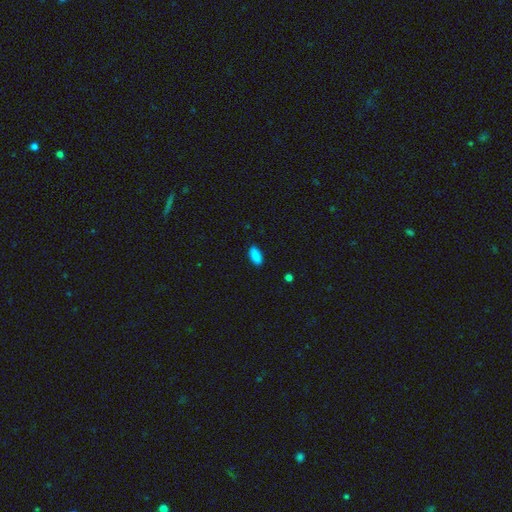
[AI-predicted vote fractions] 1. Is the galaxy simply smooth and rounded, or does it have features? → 89% smooth, 8% star or artifact, 3% featured or disk.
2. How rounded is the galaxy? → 87% in between, 10% cigar-shaped, 2% round.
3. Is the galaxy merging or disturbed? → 87% none, 10% minor disturbance, 2% major disturbance, 1% merger.